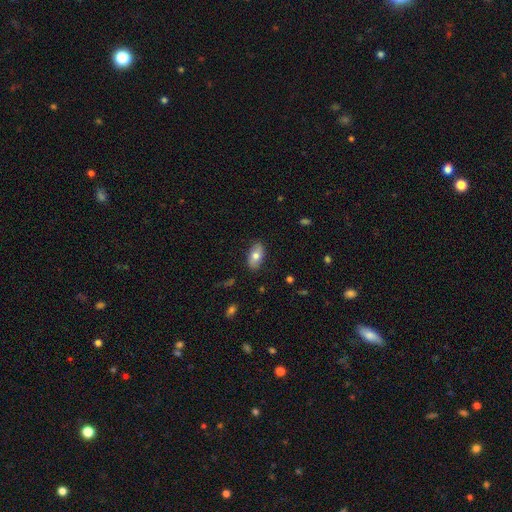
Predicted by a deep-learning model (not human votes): Smooth or featured? Predicted: smooth (p=0.68). How rounded? Predicted: in between (p=0.92). Merging? Predicted: none (p=0.85).